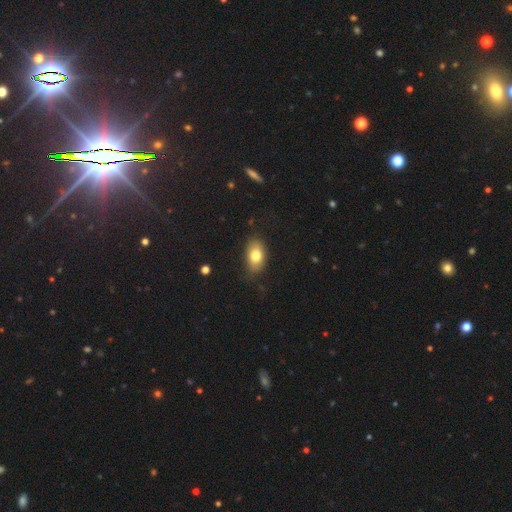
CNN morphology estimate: Overall: smooth (78%). How rounded: in between (89%). Merging: none (78%).